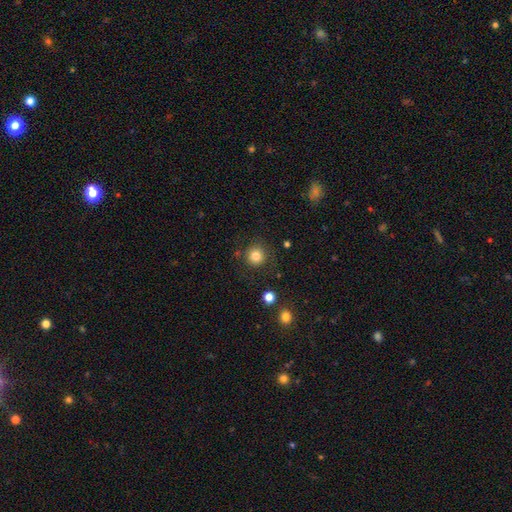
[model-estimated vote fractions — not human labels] This appears to be a smooth galaxy with no disk features (83%) that is round (94%). Merging: none (86%).